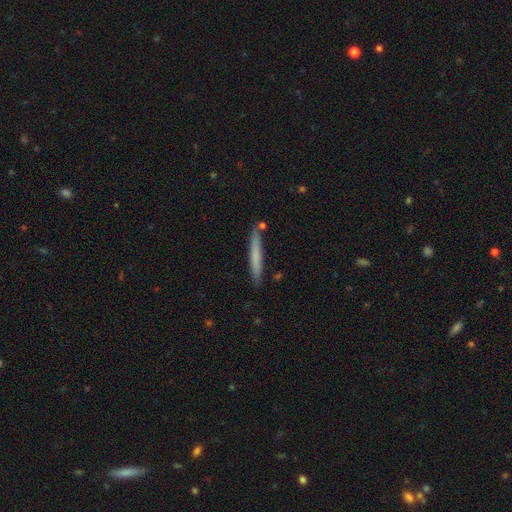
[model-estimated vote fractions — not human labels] smooth_or_featured: smooth (p=0.66) [alt: featured or disk p=0.29]
how_rounded: cigar-shaped (p=0.97) [alt: in between p=0.02]
merging: none (p=0.85) [alt: minor disturbance p=0.10]